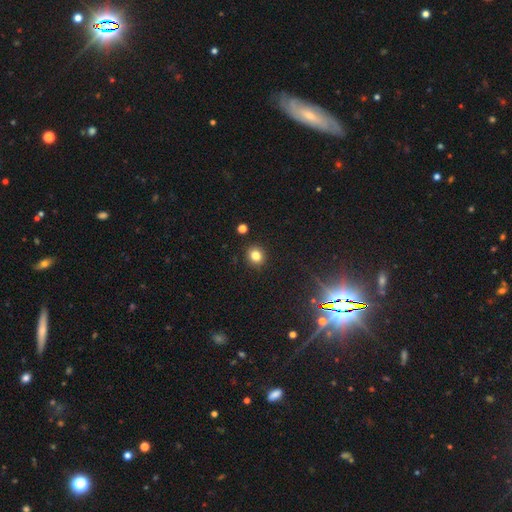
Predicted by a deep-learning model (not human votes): smooth-or-featured: smooth: 80% | star or artifact: 13% | featured or disk: 6%
  how-rounded: round: 80% | in between: 19% | cigar-shaped: 1%
  merging: none: 91% | minor disturbance: 6% | major disturbance: 2% | merger: 2%